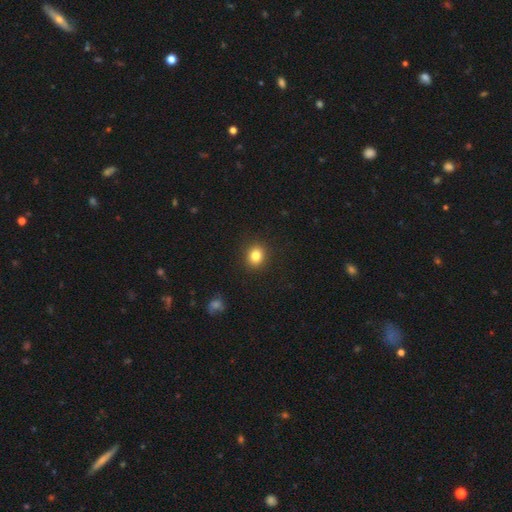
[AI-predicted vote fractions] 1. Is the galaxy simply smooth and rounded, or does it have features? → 83% smooth, 11% star or artifact, 6% featured or disk.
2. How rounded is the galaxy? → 72% round, 28% in between, 1% cigar-shaped.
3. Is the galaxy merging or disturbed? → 91% none, 6% minor disturbance, 2% major disturbance, 1% merger.